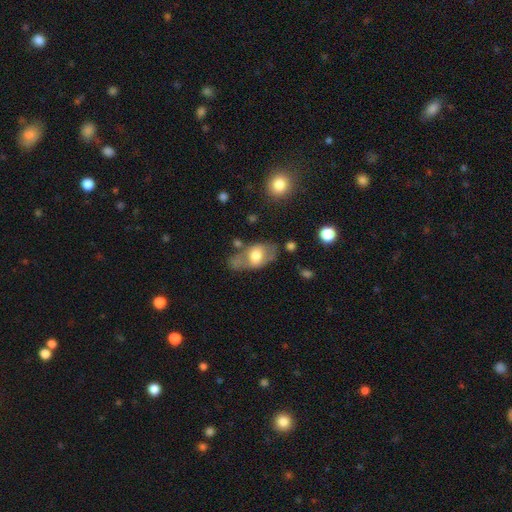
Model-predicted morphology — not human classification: This appears to be a smooth galaxy with no disk features (51%) that is in between round and cigar-shaped (86%). Merging: none (48%).